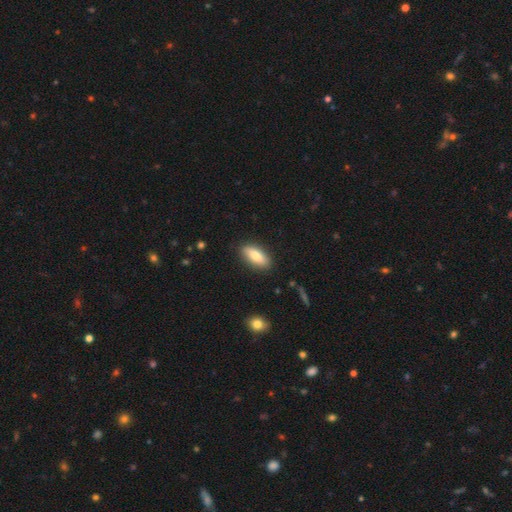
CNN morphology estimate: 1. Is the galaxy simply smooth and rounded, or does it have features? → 77% smooth, 17% featured or disk, 6% star or artifact.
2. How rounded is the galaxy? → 79% in between, 18% cigar-shaped, 3% round.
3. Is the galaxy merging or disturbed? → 87% none, 10% minor disturbance, 2% major disturbance, 1% merger.